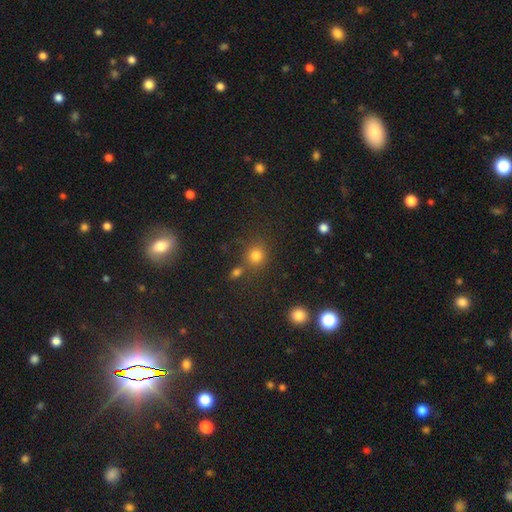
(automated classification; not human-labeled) This appears to be a smooth galaxy with no disk features (76%) that is round (85%). Merging: none (72%).